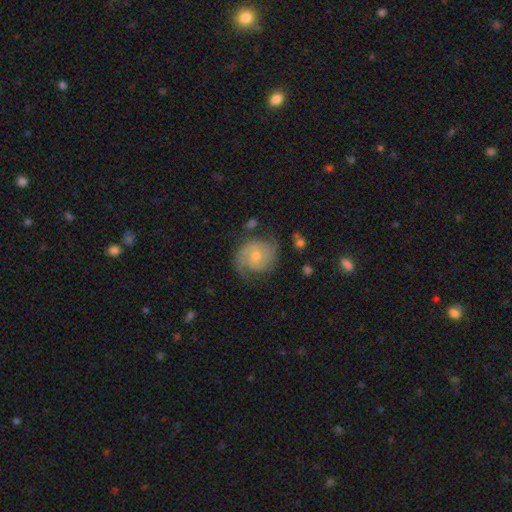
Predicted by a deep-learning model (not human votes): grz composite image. It shows a featured or disk galaxy (84%) with no bar (62%), 2 (77%) tight (48%) spiral arms (96%) and a moderate central bulge (49%). Merging: none (75%).